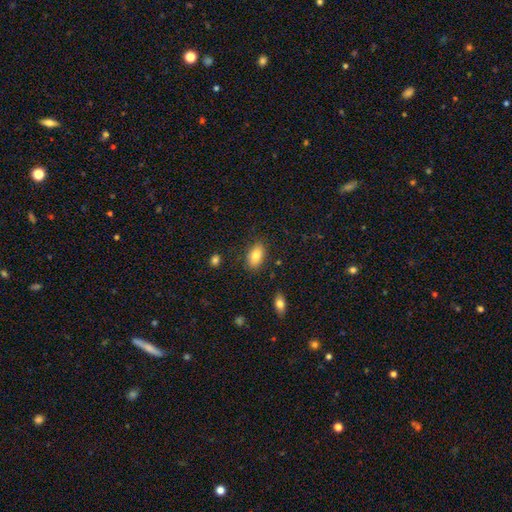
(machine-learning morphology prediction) type=smooth (80%); roundness=in between (90%); merging=none (84%).